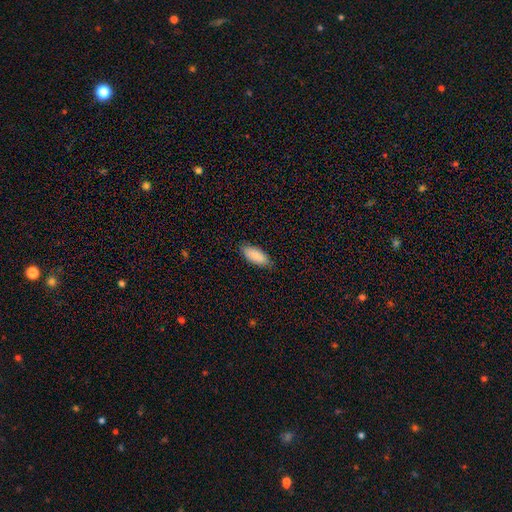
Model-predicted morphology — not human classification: This is clearly a smooth galaxy (88%). How rounded: clearly in between (82%). Merging: clearly none (82%).